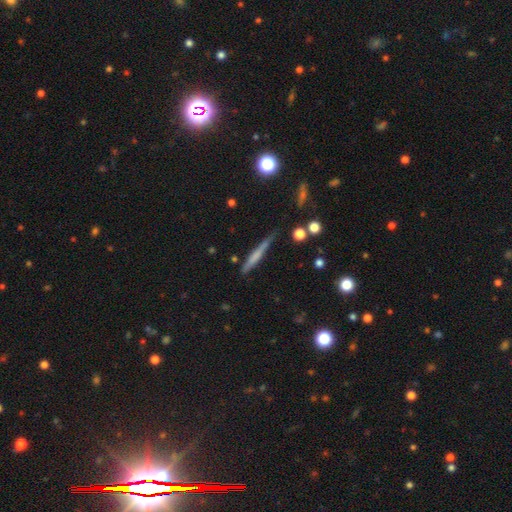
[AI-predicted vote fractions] This is possibly a smooth galaxy (55%). How rounded: clearly cigar-shaped (93%). Merging: likely none (70%).